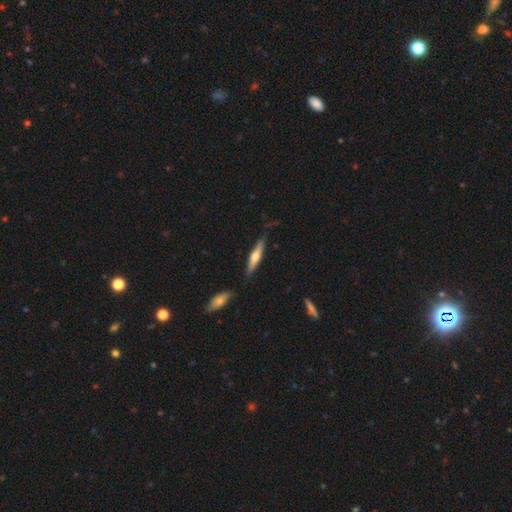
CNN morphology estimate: featured or disk 47% (tied), smooth 47% (tied), star or artifact 5%. Down the decision tree: merging — none (75%).